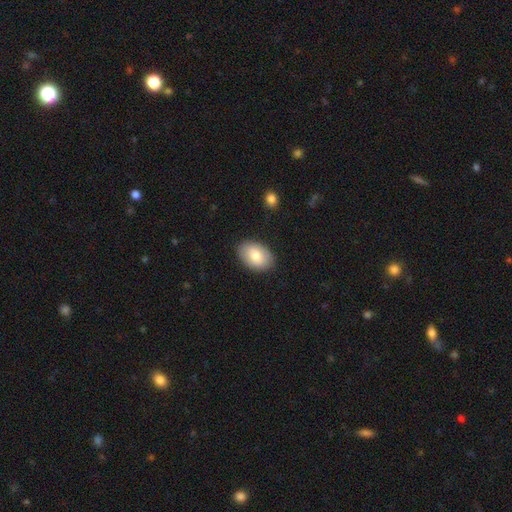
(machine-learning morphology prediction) smooth 80%, featured or disk 14%, star or artifact 6%. Down the decision tree: how rounded — in between (89%); merging — none (88%).